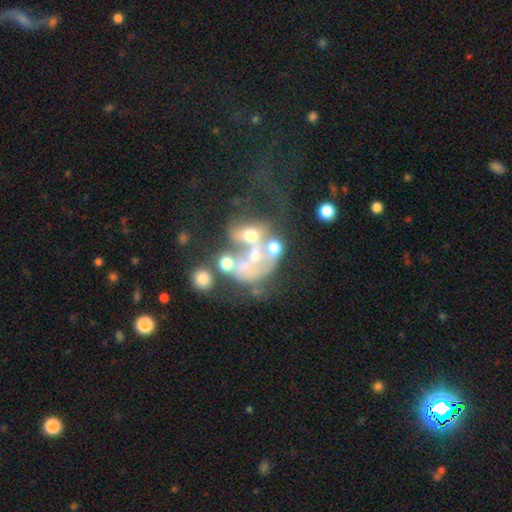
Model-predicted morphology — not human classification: Smooth or featured? featured or disk (60%)
Edge-on disk? no (98%)
Bar? no (86%)
Spiral arms? no (84%)
Bulge size? none (39%)
Merging? merger (45%)